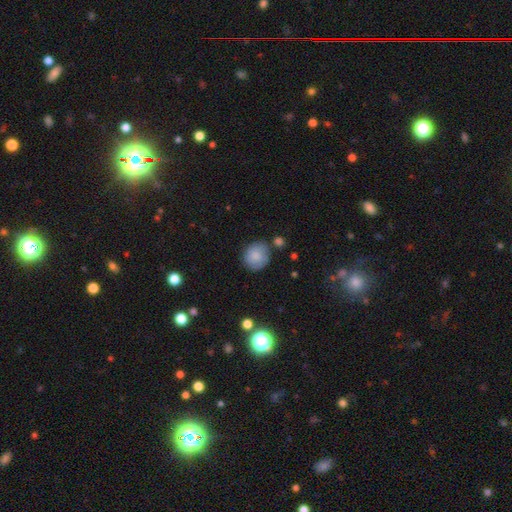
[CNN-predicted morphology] smooth_or_featured: smooth (p=0.80) [alt: featured or disk p=0.13]
how_rounded: round (p=0.81) [alt: in between p=0.18]
merging: none (p=0.72) [alt: minor disturbance p=0.18]